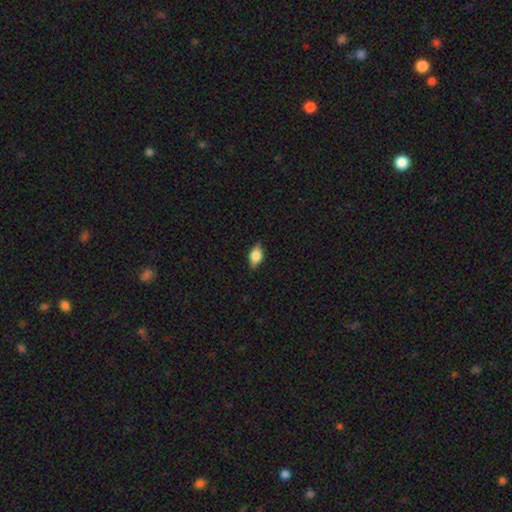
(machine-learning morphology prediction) Overall: smooth (73%). How rounded: in between (84%). Merging: none (82%).